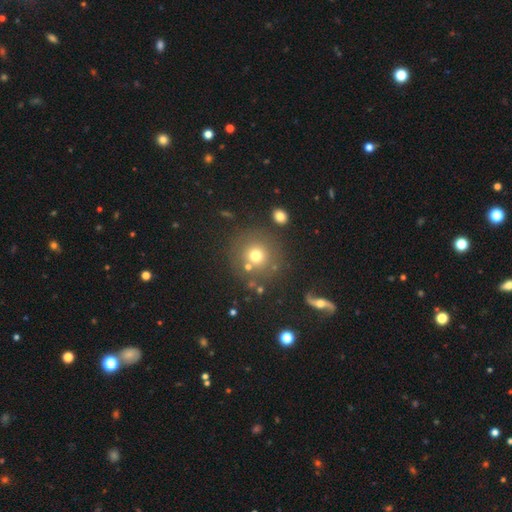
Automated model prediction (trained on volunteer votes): Morphology: type=smooth (71%); roundness=round (93%); merging=none (79%).